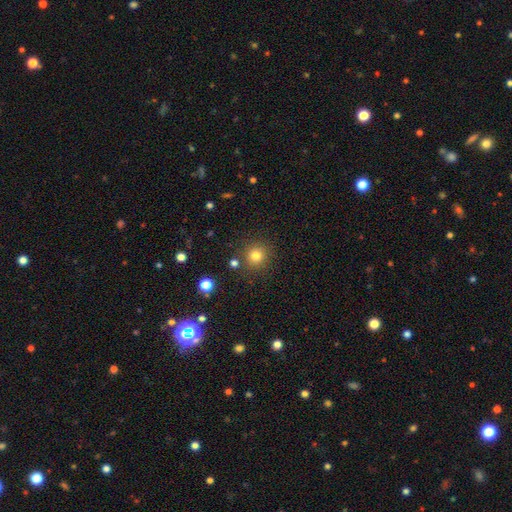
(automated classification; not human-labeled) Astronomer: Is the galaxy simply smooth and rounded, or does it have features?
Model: smooth — 80%.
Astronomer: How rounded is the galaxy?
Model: round — 93%.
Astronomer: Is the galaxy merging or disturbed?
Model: none — 85%.